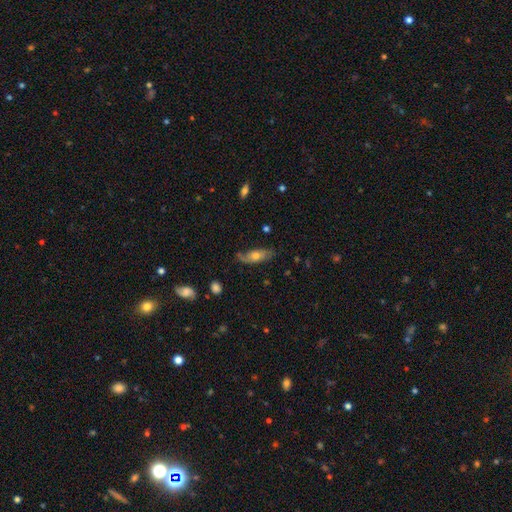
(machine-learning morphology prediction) type=featured or disk (50%); edge-on=no (76%); merging=none (62%).